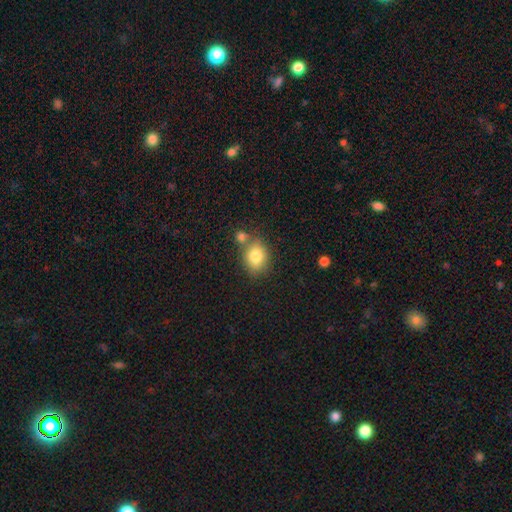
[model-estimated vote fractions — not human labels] smooth_or_featured: smooth (p=0.81) [alt: featured or disk p=0.10]
how_rounded: in between (p=0.50) [alt: round p=0.49]
merging: none (p=0.59) [alt: merger p=0.24]